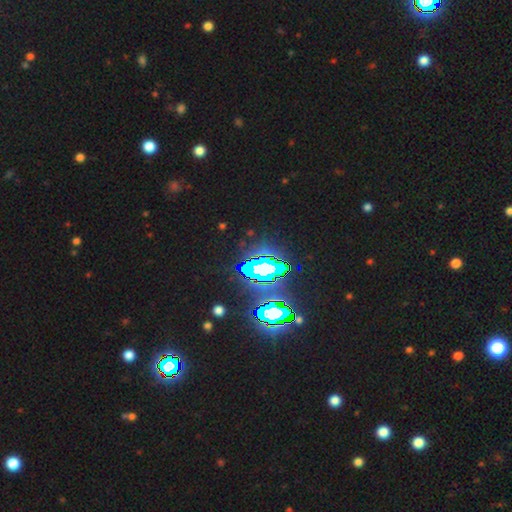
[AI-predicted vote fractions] Q: Smooth or featured?
A: star or artifact (83%); runner-up: smooth (10%)